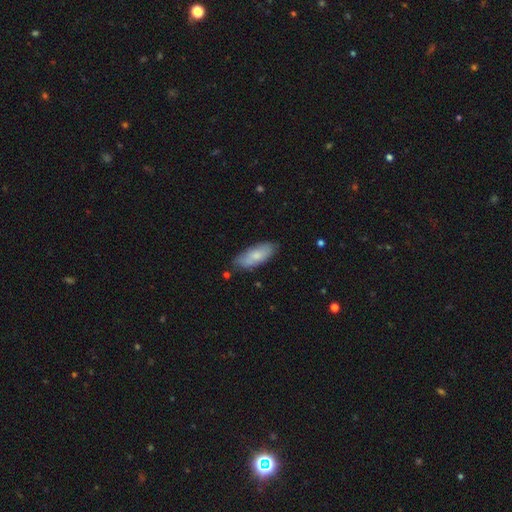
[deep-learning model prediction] smooth 72%, featured or disk 22%, star or artifact 6%. Down the decision tree: how rounded — in between (78%); merging — none (74%).